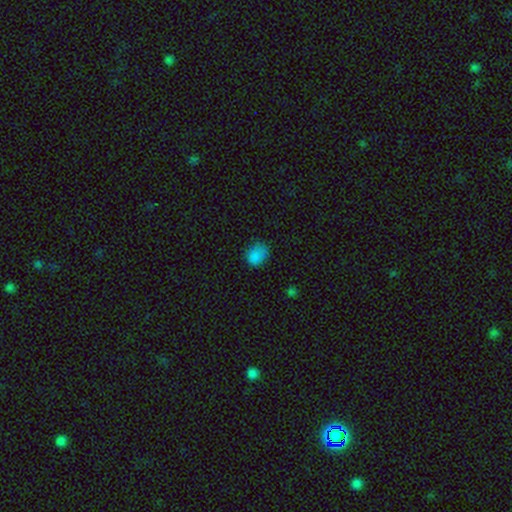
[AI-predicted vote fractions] This is clearly a smooth galaxy (82%). How rounded: possibly in between (51%). Merging: likely none (61%).